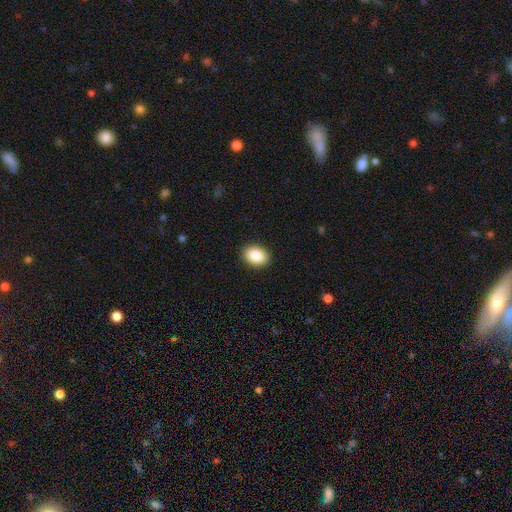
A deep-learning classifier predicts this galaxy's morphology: type=smooth (88%); roundness=in between (74%); merging=none (90%).